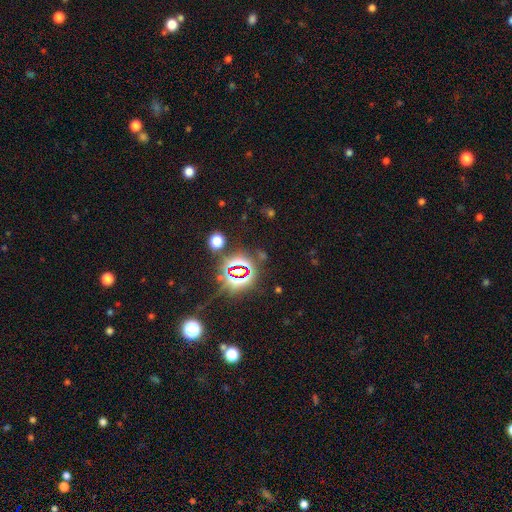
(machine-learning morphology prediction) Smooth or featured? star or artifact (80%)